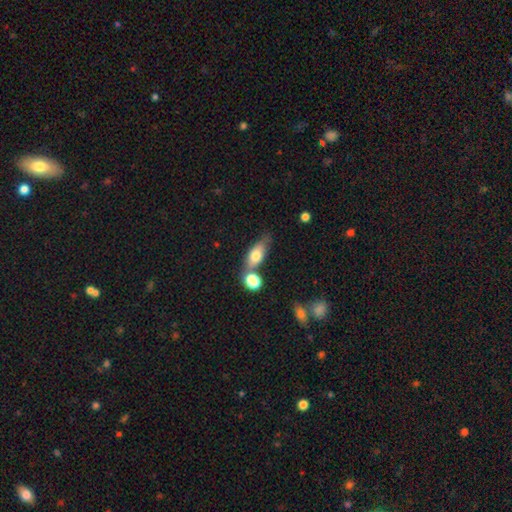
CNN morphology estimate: type=smooth (71%); roundness=in between (76%); merging=none (48%).